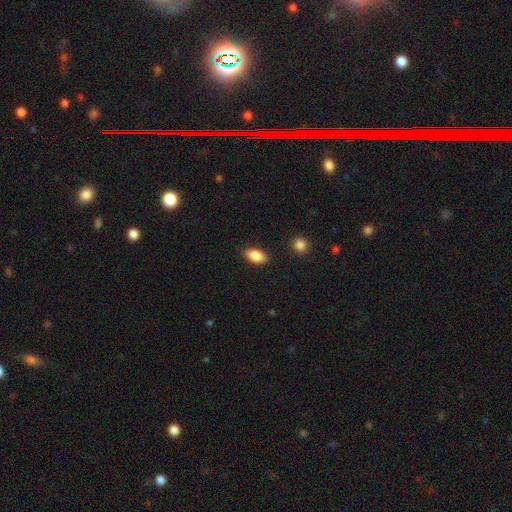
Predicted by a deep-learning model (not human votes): Smooth or featured? smooth (84%)
How rounded? in between (90%)
Merging? none (86%)